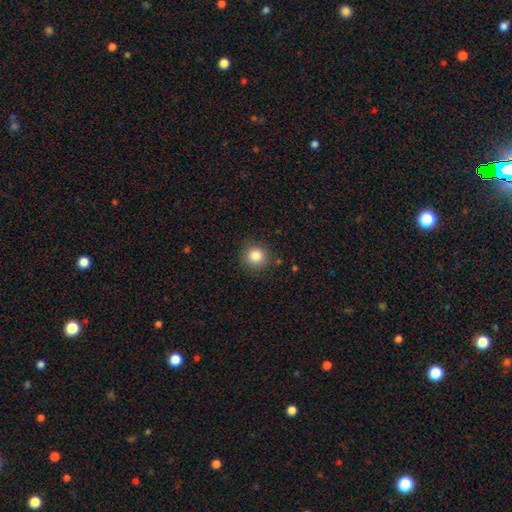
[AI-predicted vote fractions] Smooth or featured? Predicted: smooth (p=0.85). How rounded? Predicted: round (p=0.92). Merging? Predicted: none (p=0.87).